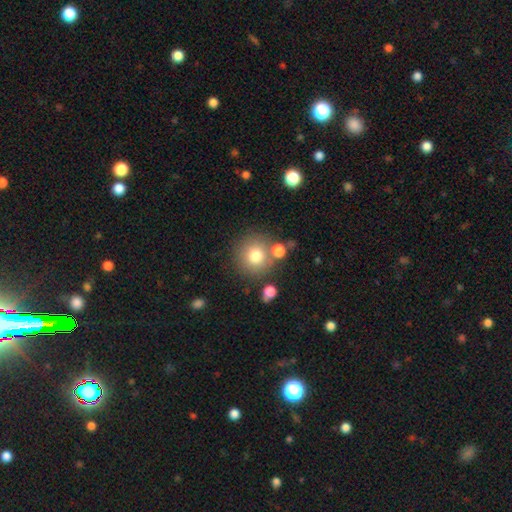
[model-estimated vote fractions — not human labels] Smooth or featured? Predicted: smooth (p=0.77). How rounded? Predicted: round (p=0.93). Merging? Predicted: none (p=0.75).